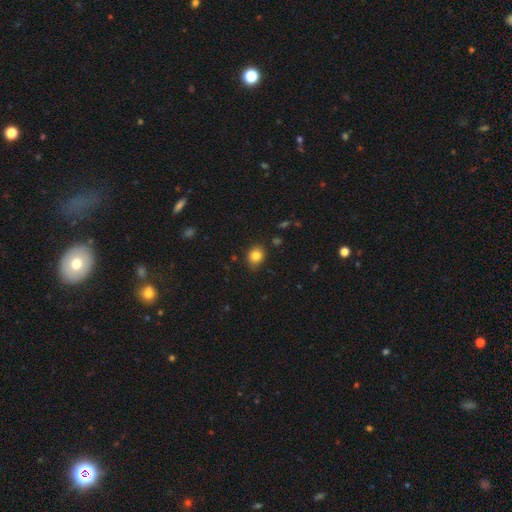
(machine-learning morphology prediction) Smooth or featured: smooth — 83% (star or artifact — 10%)
How rounded: round — 56% (in between — 43%)
Merging: none — 80% (minor disturbance — 16%)